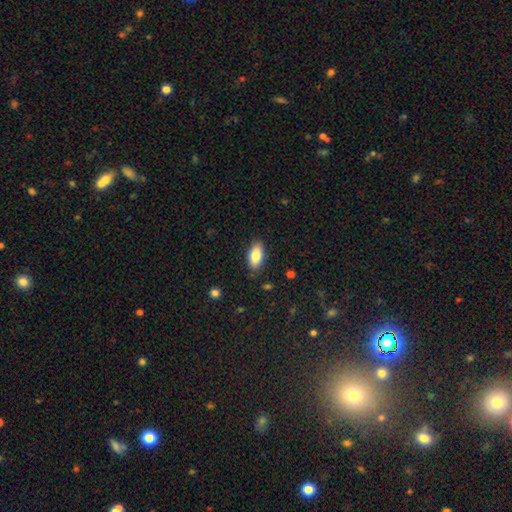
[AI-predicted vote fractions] smooth 84%, featured or disk 9%, star or artifact 7%. Down the decision tree: how rounded — in between (91%); merging — none (87%).